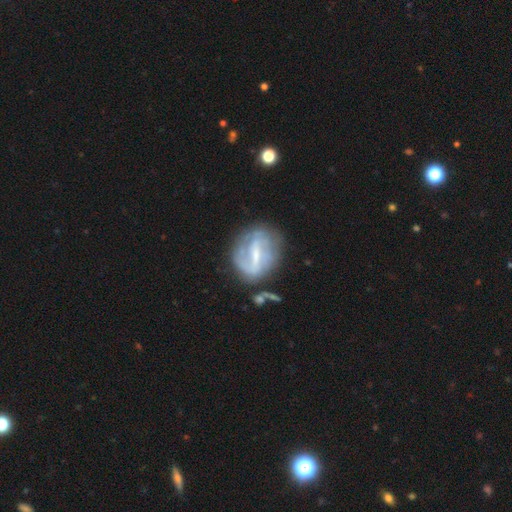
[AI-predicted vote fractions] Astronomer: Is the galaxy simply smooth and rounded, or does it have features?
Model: featured or disk — 73%.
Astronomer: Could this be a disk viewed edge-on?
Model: no — 96%.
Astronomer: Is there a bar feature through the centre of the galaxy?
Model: strong — 52% (runner-up: weak, 36%).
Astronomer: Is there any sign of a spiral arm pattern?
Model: yes — 75%.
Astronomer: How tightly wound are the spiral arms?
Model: medium — 36% (runner-up: tight, 33%).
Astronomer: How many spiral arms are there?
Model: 2 — 50% (runner-up: can't tell, 26%).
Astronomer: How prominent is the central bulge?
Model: small — 47% (runner-up: moderate, 26%).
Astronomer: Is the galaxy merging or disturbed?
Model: none — 59%.